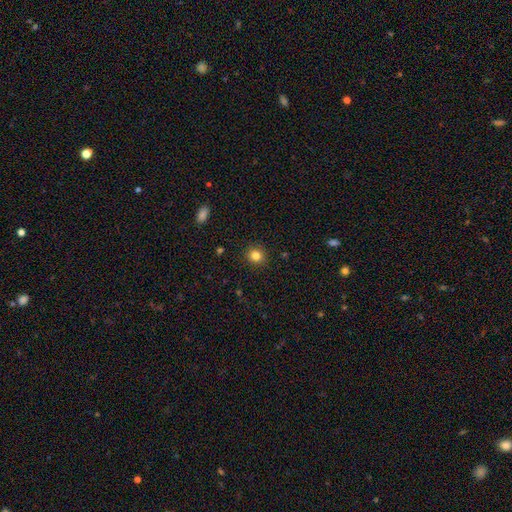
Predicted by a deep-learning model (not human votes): A smooth galaxy with no disk features (83%) that is round (85%). Merging: none (90%).